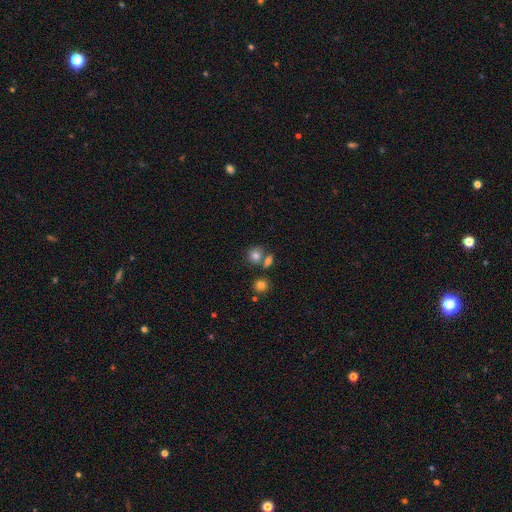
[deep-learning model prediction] Q: Smooth or featured?
A: smooth (78%); runner-up: star or artifact (12%)
Q: How rounded?
A: round (76%); runner-up: in between (23%)
Q: Merging?
A: none (59%); runner-up: merger (27%)